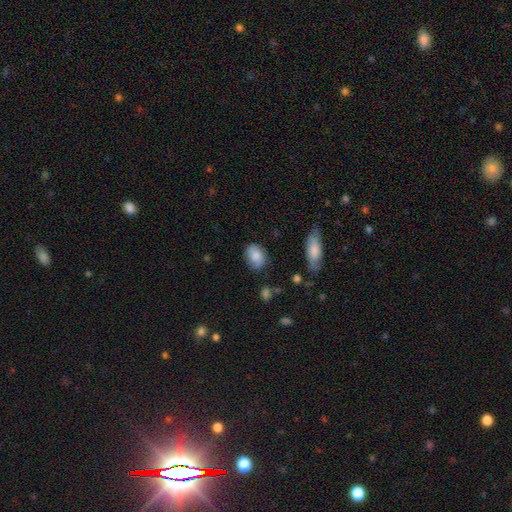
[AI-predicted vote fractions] smooth_or_featured: smooth (p=0.80) [alt: featured or disk p=0.13]
how_rounded: in between (p=0.68) [alt: round p=0.30]
merging: none (p=0.75) [alt: minor disturbance p=0.19]